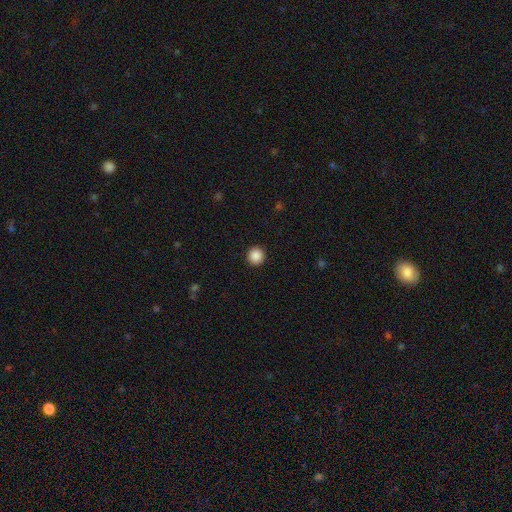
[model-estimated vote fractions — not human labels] Q: Smooth or featured?
A: smooth (88%); runner-up: star or artifact (9%)
Q: How rounded?
A: round (96%); runner-up: in between (4%)
Q: Merging?
A: none (93%); runner-up: minor disturbance (4%)